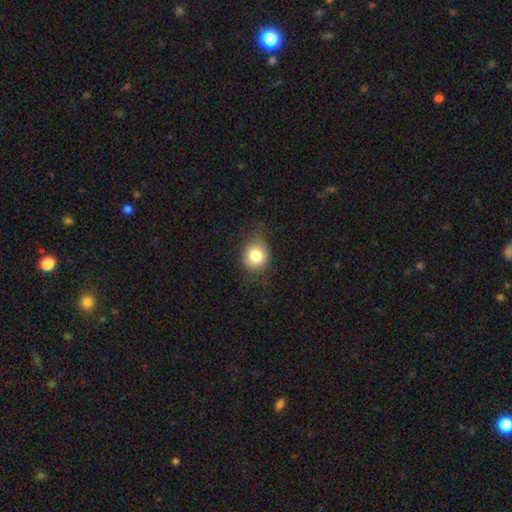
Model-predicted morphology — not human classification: A smooth galaxy with no disk features (79%) that is round (81%). Merging: none (71%).